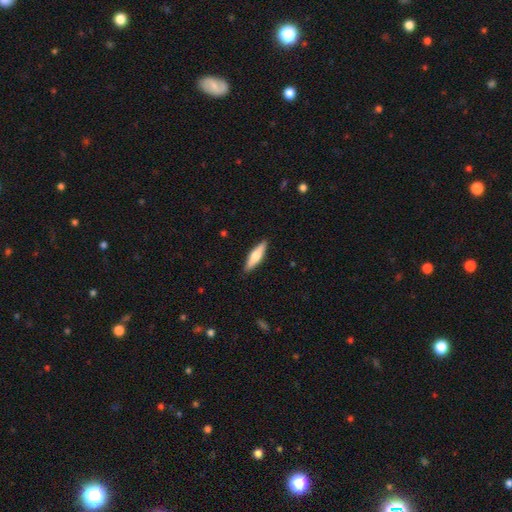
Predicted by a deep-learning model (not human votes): The model was most divided on "smooth or featured": smooth: 55%, featured or disk: 39%, star or artifact: 5%. More confident: merging — none (90%); how rounded — cigar-shaped (72%).